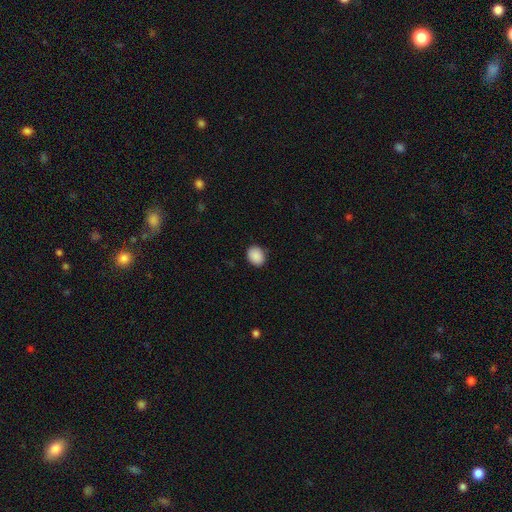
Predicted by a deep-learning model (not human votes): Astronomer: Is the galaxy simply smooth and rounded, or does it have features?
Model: smooth — 89%.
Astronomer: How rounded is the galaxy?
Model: round — 52% (runner-up: in between, 48%).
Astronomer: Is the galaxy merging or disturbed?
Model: none — 86%.